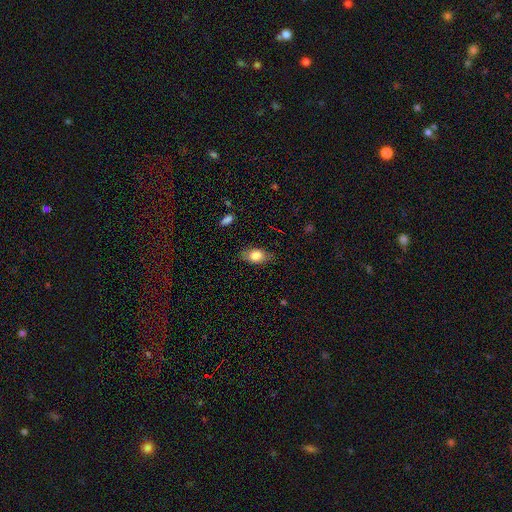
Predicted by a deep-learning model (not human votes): A smooth galaxy with no disk features (79%) that is in between round and cigar-shaped (86%).

Vote fractions:
- Smooth or featured? smooth: 79% / featured or disk: 14% / star or artifact: 8%
- How rounded? in between: 86% / round: 11% / cigar-shaped: 3%
- Merging? none: 80% / minor disturbance: 15% / major disturbance: 4% / merger: 1%